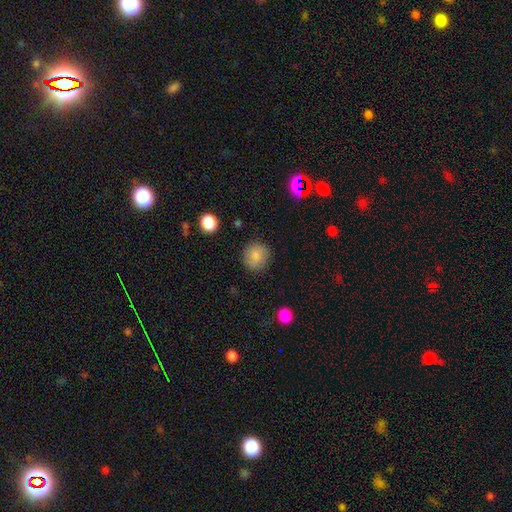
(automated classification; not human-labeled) smooth-or-featured: smooth: 83% | star or artifact: 9% | featured or disk: 8%
  how-rounded: round: 85% | in between: 14% | cigar-shaped: 1%
  merging: none: 84% | minor disturbance: 11% | major disturbance: 3% | merger: 1%